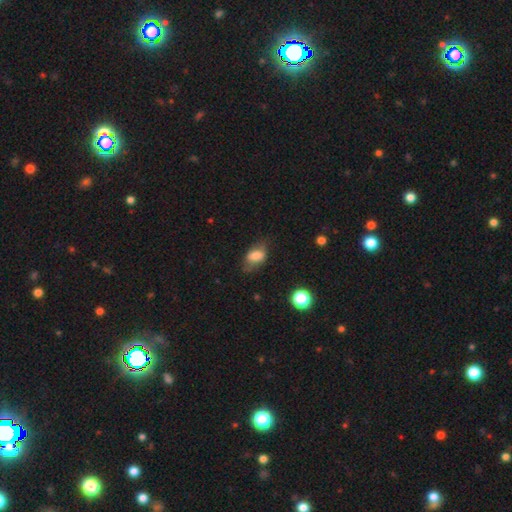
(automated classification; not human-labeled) A smooth galaxy with no disk features (71%) that is in between round and cigar-shaped (84%). Merging: none (57%).